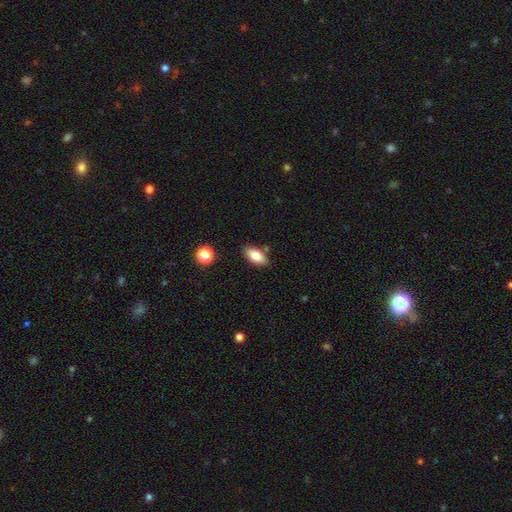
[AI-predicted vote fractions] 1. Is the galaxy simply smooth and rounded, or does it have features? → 80% smooth, 12% featured or disk, 8% star or artifact.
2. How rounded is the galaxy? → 88% in between, 8% cigar-shaped, 3% round.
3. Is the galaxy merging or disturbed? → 83% none, 11% minor disturbance, 4% merger, 2% major disturbance.